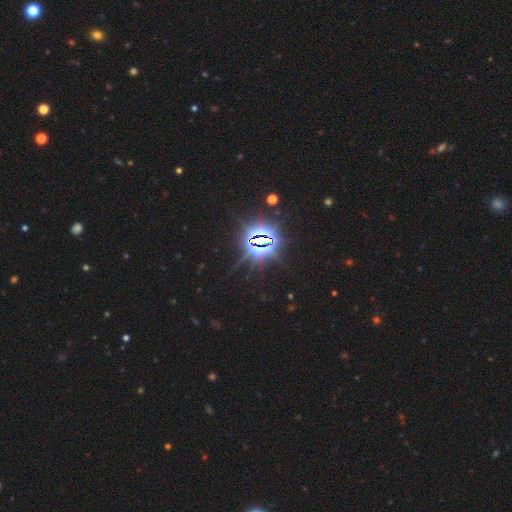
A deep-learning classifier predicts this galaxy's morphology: star or artifact 86%, featured or disk 8%, smooth 7%.